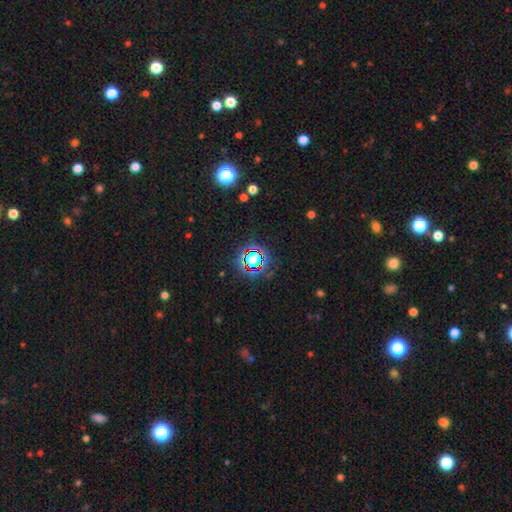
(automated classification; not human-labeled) smooth_or_featured: star or artifact (p=0.67) [alt: smooth p=0.22]